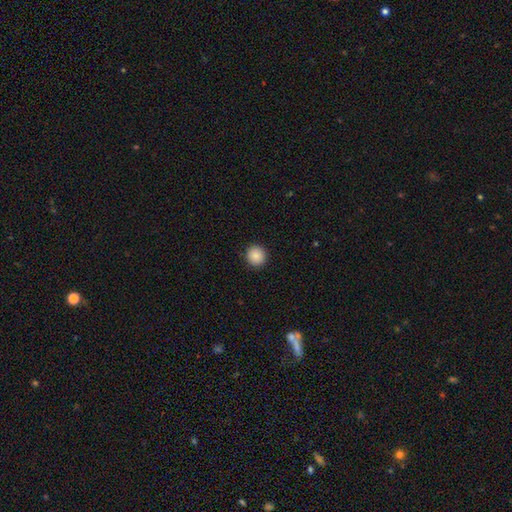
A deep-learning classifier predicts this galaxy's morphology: Overall: smooth (89%). How rounded: round (91%). Merging: none (92%).